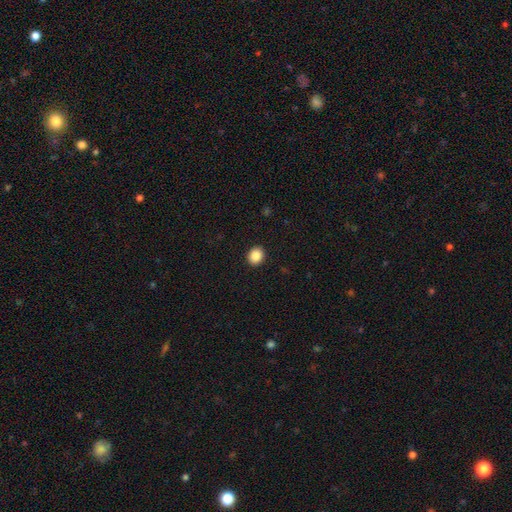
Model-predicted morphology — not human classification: smooth_or_featured: smooth (p=0.87) [alt: star or artifact p=0.09]
how_rounded: round (p=0.69) [alt: in between p=0.30]
merging: none (p=0.92) [alt: minor disturbance p=0.05]